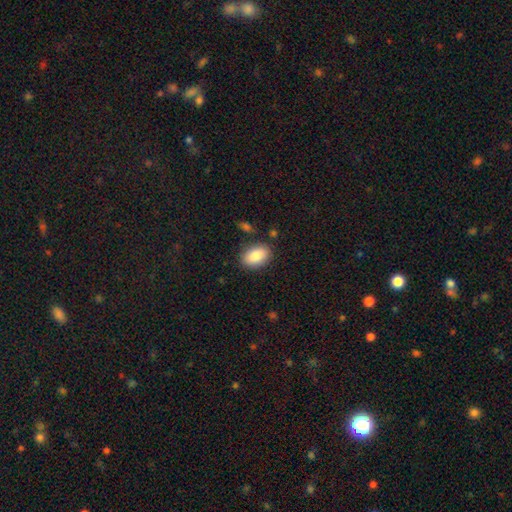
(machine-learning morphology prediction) Smooth or featured?
  - smooth: 86% *
  - featured or disk: 8%
  - star or artifact: 7%
How rounded?
  - in between: 89% *
  - round: 10%
  - cigar-shaped: 1%
Merging?
  - none: 84% *
  - minor disturbance: 11%
  - major disturbance: 3%
  - merger: 3%